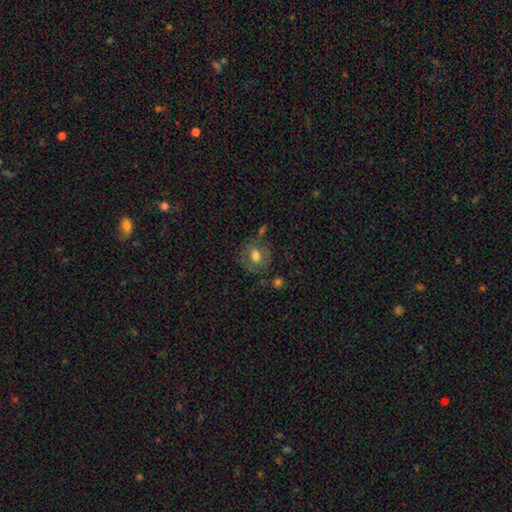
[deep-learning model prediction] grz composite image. It shows a smooth galaxy with no disk features (62%) that is round (66%). Merging: none (66%).